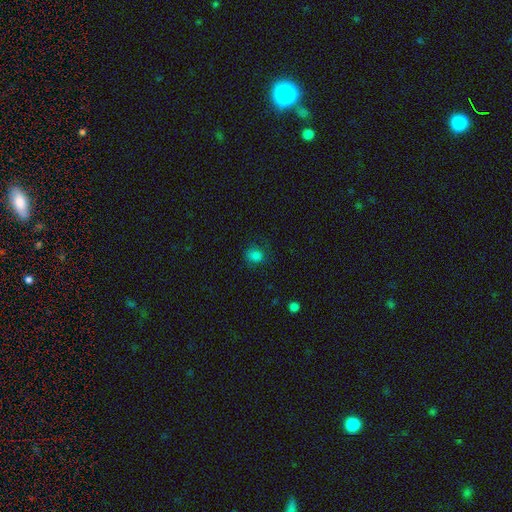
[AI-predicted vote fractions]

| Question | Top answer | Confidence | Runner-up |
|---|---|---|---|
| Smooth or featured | smooth | 81% | star or artifact (14%) |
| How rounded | round | 70% | in between (29%) |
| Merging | none | 72% | minor disturbance (19%) |